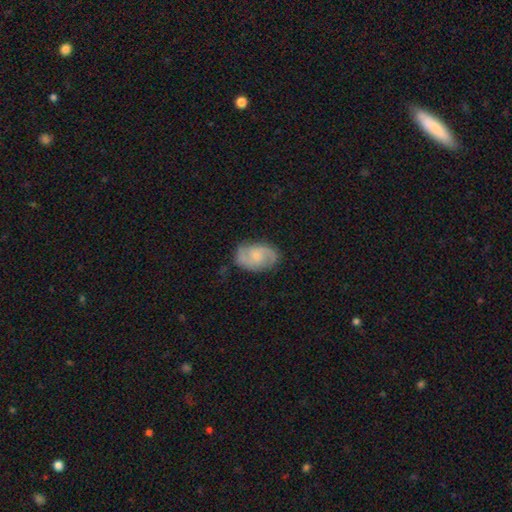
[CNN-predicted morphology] Smooth or featured?
  - featured or disk: 69% *
  - smooth: 25%
  - star or artifact: 6%
Edge-on disk?
  - no: 97% *
  - yes: 3%
Bar?
  - no: 52% *
  - weak: 42%
  - strong: 6%
Spiral arms?
  - yes: 93% *
  - no: 7%
Spiral winding?
  - medium: 50% *
  - tight: 26%
  - loose: 24%
Spiral arm count?
  - 2: 86% *
  - can't tell: 8%
  - 3: 2%
  - 1: 2%
  - 4: 1%
  - more than 4: 1%
Bulge size?
  - small: 54% *
  - moderate: 32%
  - none: 11%
  - large: 2%
  - dominant: 1%
Merging?
  - none: 77% *
  - minor disturbance: 17%
  - major disturbance: 5%
  - merger: 1%